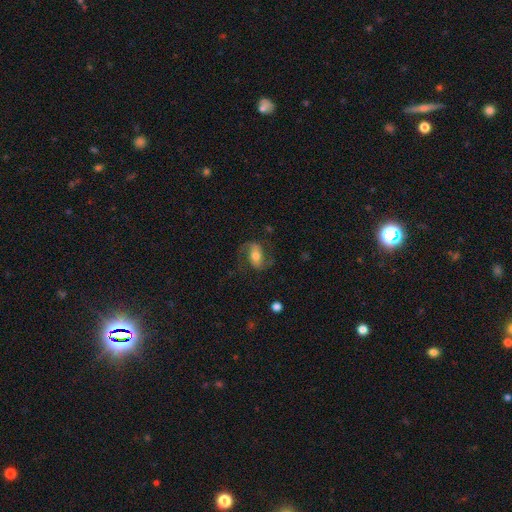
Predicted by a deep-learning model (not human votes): Smooth or featured? Predicted: featured or disk (p=0.67). Edge-on disk? Predicted: no (p=0.95). Bar? Predicted: strong (p=0.40). Spiral arms? Predicted: yes (p=0.90). Spiral winding? Predicted: medium (p=0.45). Spiral arm count? Predicted: 2 (p=0.89). Bulge size? Predicted: moderate (p=0.60). Merging? Predicted: none (p=0.69).